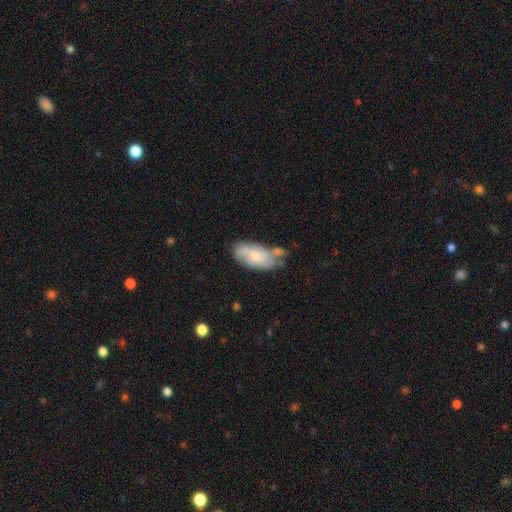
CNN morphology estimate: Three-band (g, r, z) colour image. It shows a featured or disk galaxy (52%). Merging: none (44%).